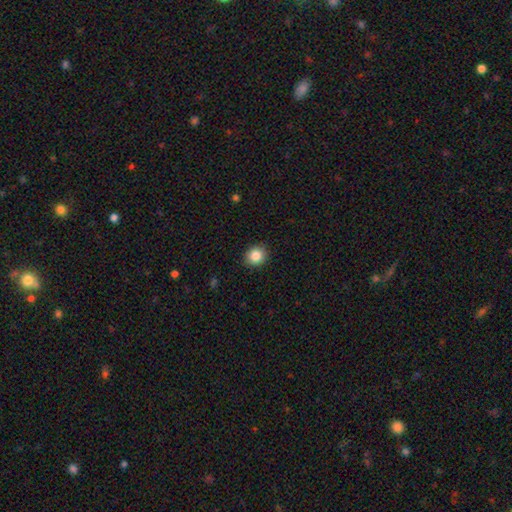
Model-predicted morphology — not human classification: A smooth galaxy with no disk features (85%) that is round (78%). Merging: none (90%).